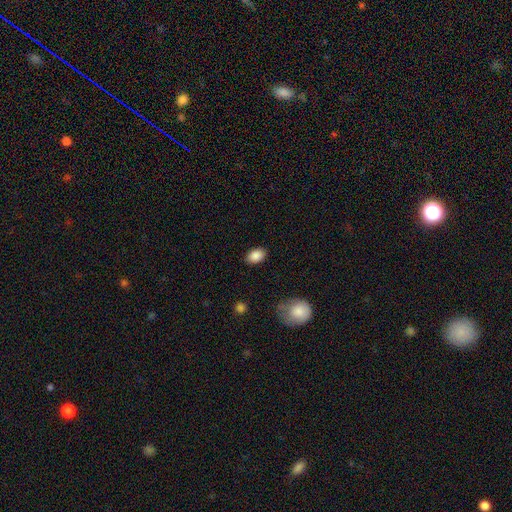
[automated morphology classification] A smooth galaxy with no disk features (88%) that is in between round and cigar-shaped (87%).

Vote fractions:
- Smooth or featured? smooth: 88% / star or artifact: 8% / featured or disk: 4%
- How rounded? in between: 87% / round: 11% / cigar-shaped: 1%
- Merging? none: 86% / minor disturbance: 10% / major disturbance: 3% / merger: 1%